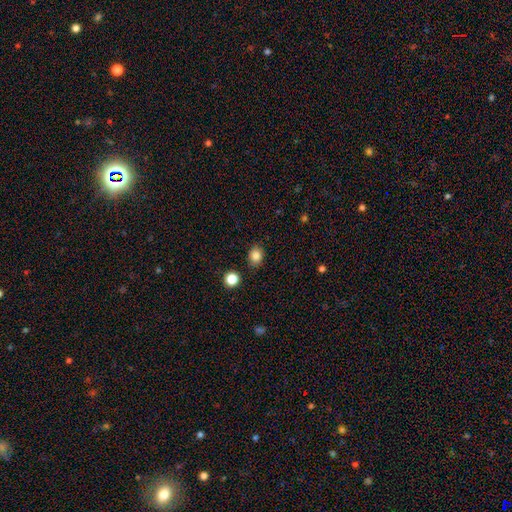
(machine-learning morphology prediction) Overall: smooth (84%). How rounded: round (56%; in between 43%). Merging: none (87%).